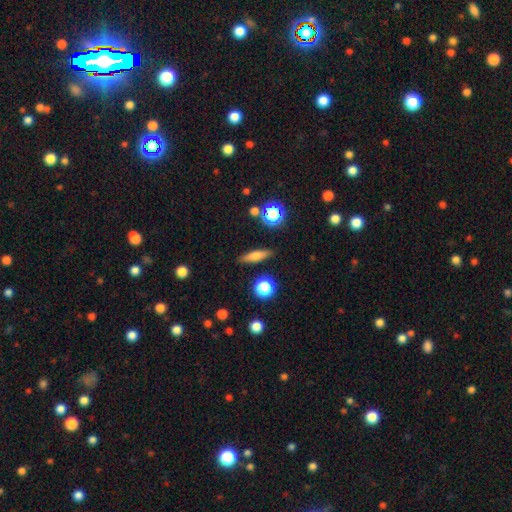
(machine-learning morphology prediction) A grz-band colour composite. It shows a smooth galaxy with no disk features (64%) that is cigar-shaped (66%). Merging: none (87%).